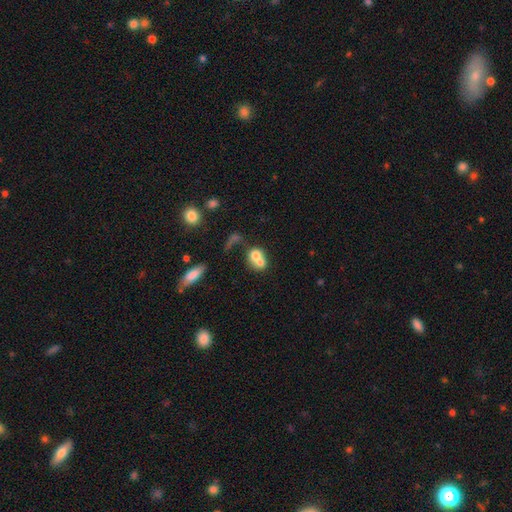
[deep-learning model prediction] This appears to be a smooth galaxy with no disk features (68%) that is round (51%). Merging: merger (69%).